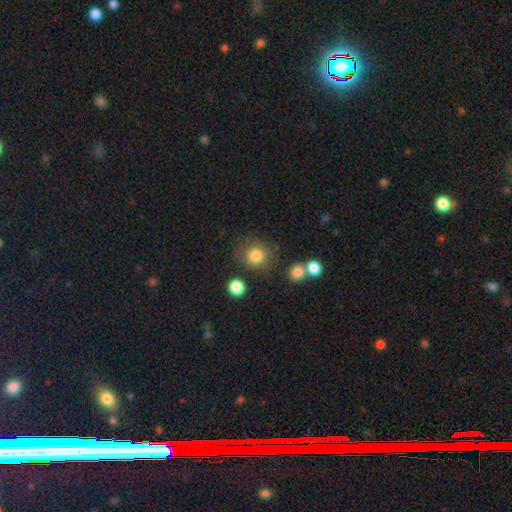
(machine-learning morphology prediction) smooth-or-featured: smooth: 82% | star or artifact: 11% | featured or disk: 6%
  how-rounded: round: 89% | in between: 10% | cigar-shaped: 1%
  merging: none: 78% | minor disturbance: 11% | merger: 6% | major disturbance: 5%